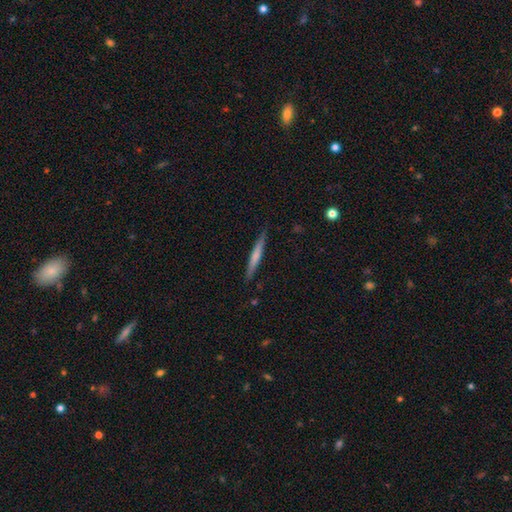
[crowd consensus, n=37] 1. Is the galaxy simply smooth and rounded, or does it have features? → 54% smooth, 43% featured or disk, 3% star or artifact.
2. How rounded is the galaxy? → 95% cigar-shaped, 5% in between, 0% round.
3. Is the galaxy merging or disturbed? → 86% none, 14% minor disturbance, 0% major disturbance, 0% merger.